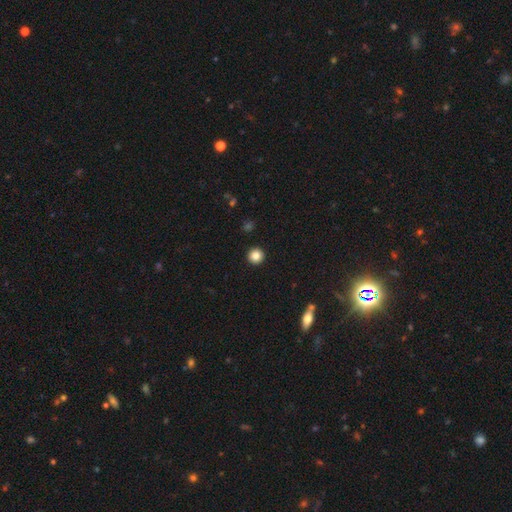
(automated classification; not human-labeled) Smooth or featured? Predicted: smooth (p=0.85). How rounded? Predicted: round (p=0.96). Merging? Predicted: none (p=0.94).